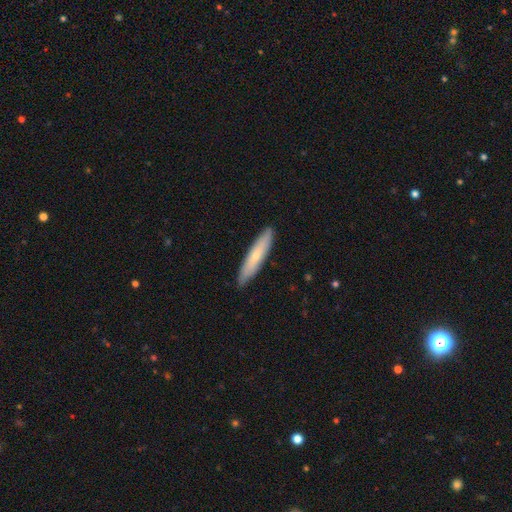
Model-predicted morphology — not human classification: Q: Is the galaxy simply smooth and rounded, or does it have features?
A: smooth — 64%.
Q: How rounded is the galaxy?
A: cigar-shaped — 85%.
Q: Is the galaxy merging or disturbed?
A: none — 88%.